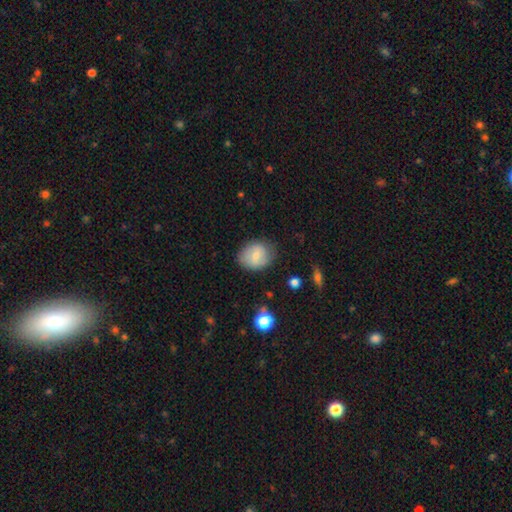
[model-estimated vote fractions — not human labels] A smooth galaxy with no disk features (69%) that is round (52%). Merging: none (72%).